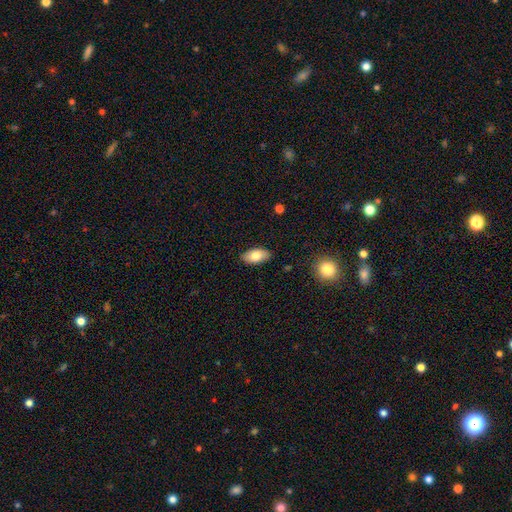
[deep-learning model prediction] Smooth or featured? smooth (79%)
How rounded? in between (93%)
Merging? none (86%)